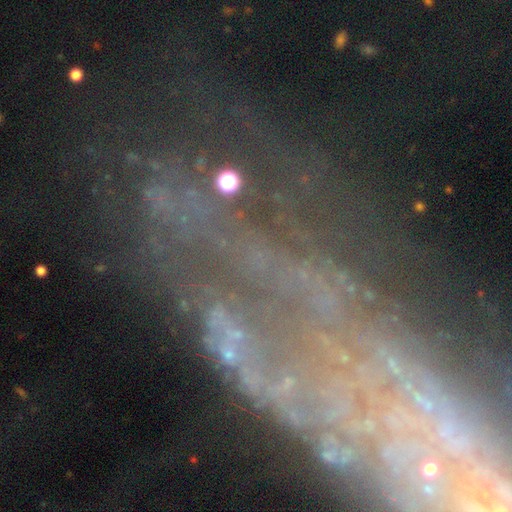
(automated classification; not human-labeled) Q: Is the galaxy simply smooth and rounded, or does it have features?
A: star or artifact — 47%.